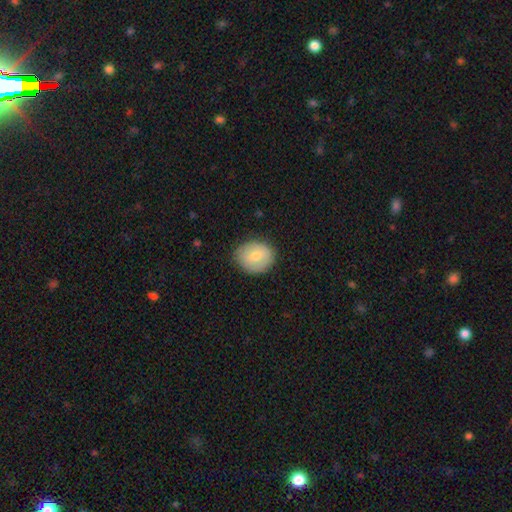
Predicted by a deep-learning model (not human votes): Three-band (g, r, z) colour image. It shows a smooth galaxy with no disk features (69%) that is round (66%). Merging: none (85%).